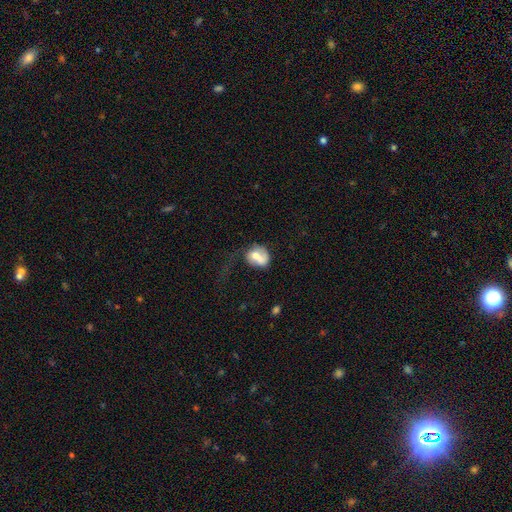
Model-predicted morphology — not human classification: Overall: smooth (56%; featured or disk 35%). How rounded: round (54%; in between 45%). Merging: none (31%; major disturbance 29%).